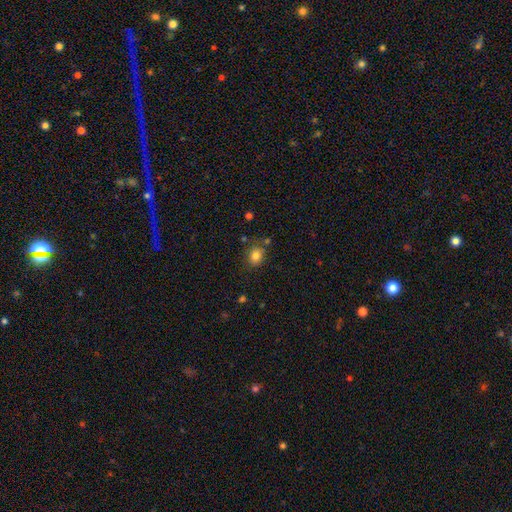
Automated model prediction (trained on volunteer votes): This appears to be a smooth galaxy with no disk features (82%) that is round (57%). Merging: none (76%).